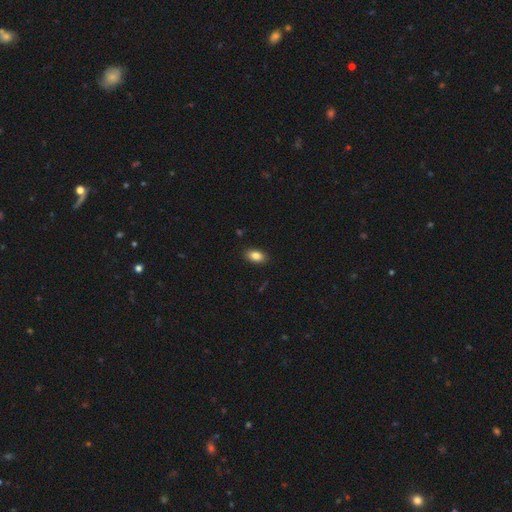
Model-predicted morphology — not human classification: smooth 85%, star or artifact 8%, featured or disk 7%. Down the decision tree: how rounded — in between (90%); merging — none (88%).